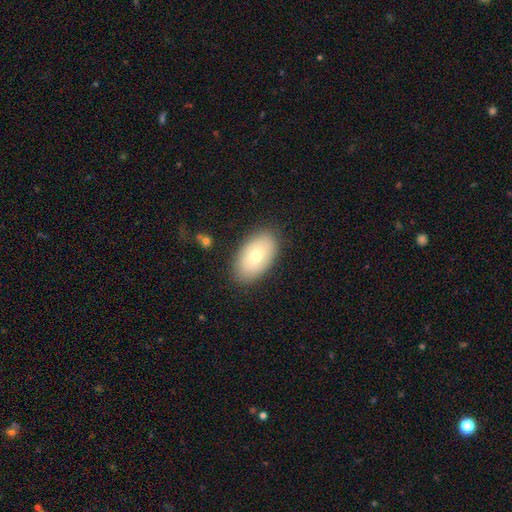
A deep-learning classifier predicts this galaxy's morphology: type=smooth (70%); roundness=in between (93%); merging=none (86%).